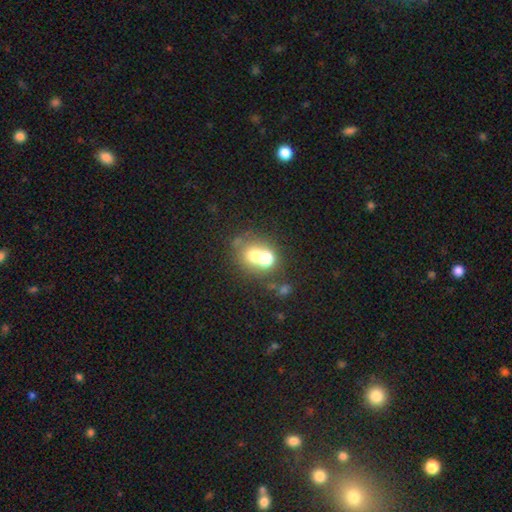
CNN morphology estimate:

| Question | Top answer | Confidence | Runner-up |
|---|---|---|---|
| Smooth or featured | smooth | 59% | star or artifact (21%) |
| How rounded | round | 75% | in between (24%) |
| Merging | merger | 44% | none (42%) |